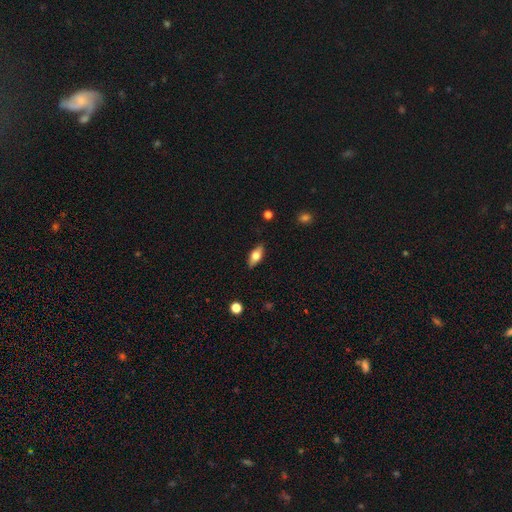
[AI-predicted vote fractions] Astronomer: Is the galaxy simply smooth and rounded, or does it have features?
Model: smooth — 65%.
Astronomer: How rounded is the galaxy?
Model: in between — 80%.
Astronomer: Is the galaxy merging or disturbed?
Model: none — 87%.